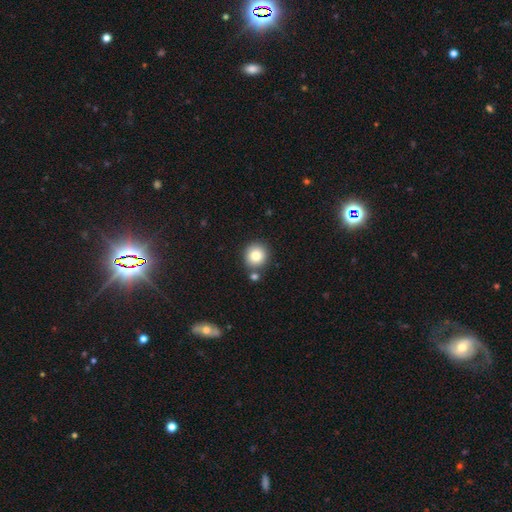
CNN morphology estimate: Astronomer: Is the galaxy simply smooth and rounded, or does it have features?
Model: smooth — 83%.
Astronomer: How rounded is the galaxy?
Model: round — 91%.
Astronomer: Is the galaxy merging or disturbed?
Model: none — 78%.